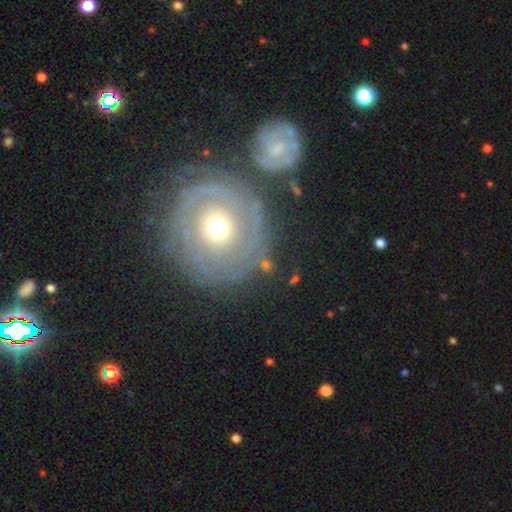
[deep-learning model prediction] This appears to be a featured or disk galaxy (76%) with no bar (82%), tight (82%) spiral arms (83%) and a moderate central bulge (73%). Merging: none (70%).